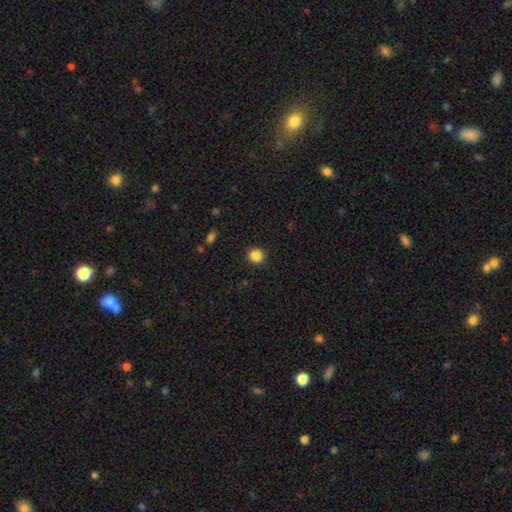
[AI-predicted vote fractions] Smooth or featured? Predicted: smooth (p=0.86). How rounded? Predicted: round (p=0.83). Merging? Predicted: none (p=0.90).